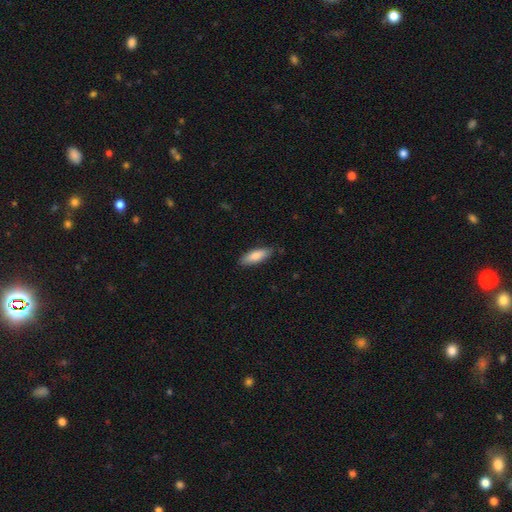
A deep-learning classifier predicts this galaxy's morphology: Smooth or featured: smooth — 82% (featured or disk — 13%)
How rounded: in between — 60% (cigar-shaped — 38%)
Merging: none — 84% (minor disturbance — 13%)